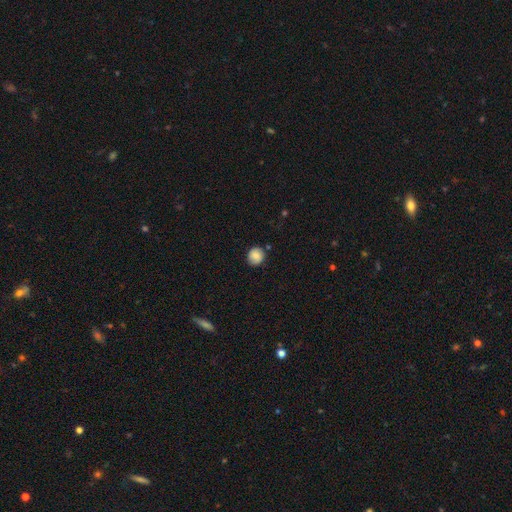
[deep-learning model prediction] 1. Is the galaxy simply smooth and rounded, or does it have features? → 81% smooth, 11% featured or disk, 9% star or artifact.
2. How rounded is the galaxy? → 88% round, 11% in between, 1% cigar-shaped.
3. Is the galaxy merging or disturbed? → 82% none, 13% minor disturbance, 3% merger, 2% major disturbance.